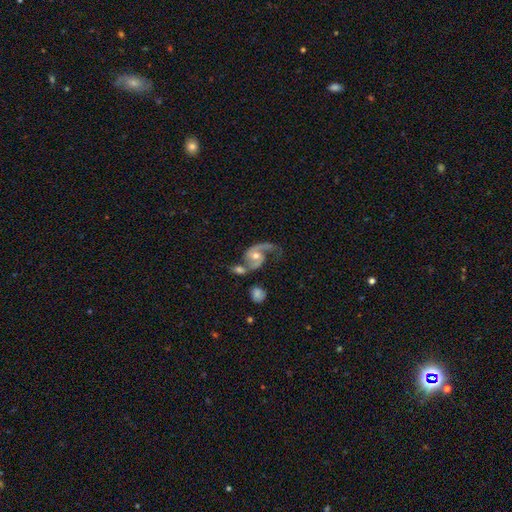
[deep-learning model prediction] This appears to be a featured or disk galaxy (86%) with no bar (55%), 2 (78%) loose (45%) spiral arms (95%) and a moderate central bulge (67%). Merging: none (39%).